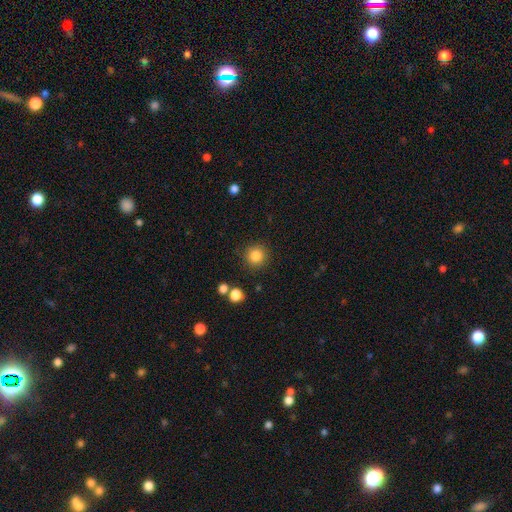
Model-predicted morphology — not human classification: Overall: smooth (85%). How rounded: round (94%). Merging: none (88%).